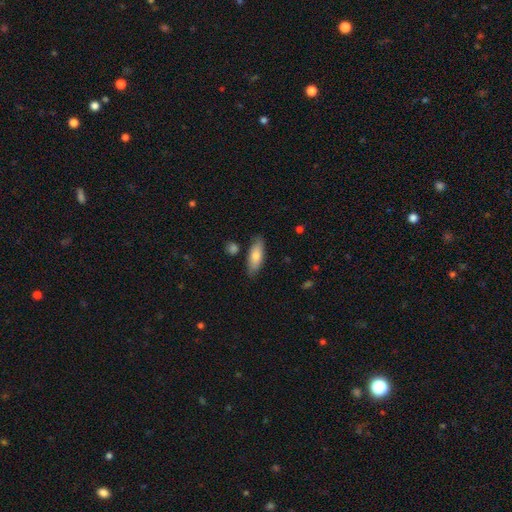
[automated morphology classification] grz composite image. It shows a smooth galaxy with no disk features (76%) that is in between round and cigar-shaped (72%). Merging: none (82%).